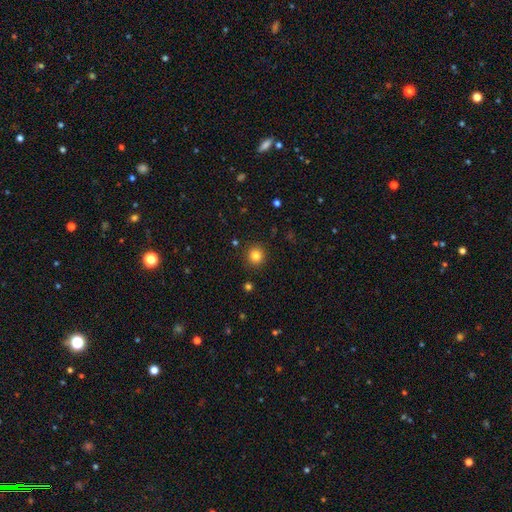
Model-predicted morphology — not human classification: This is clearly a smooth galaxy (83%). How rounded: clearly round (93%). Merging: clearly none (91%).